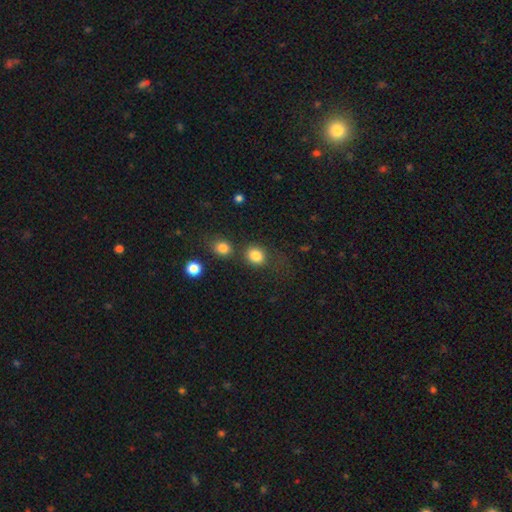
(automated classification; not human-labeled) Overall: smooth (83%). How rounded: round (67%; in between 32%). Merging: none (67%).